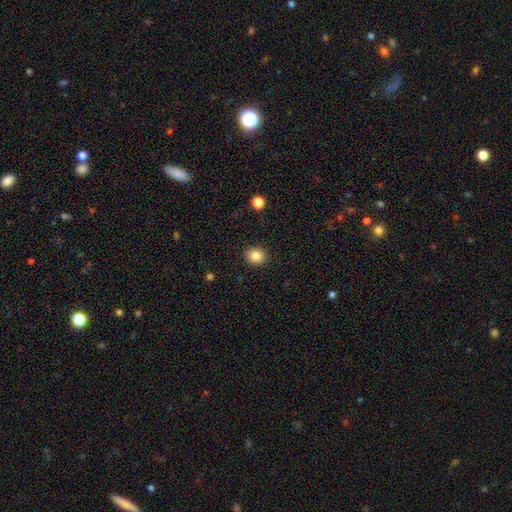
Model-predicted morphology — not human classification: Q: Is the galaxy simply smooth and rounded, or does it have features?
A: smooth — 85%.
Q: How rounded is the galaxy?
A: round — 75%.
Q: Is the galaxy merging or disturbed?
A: none — 90%.